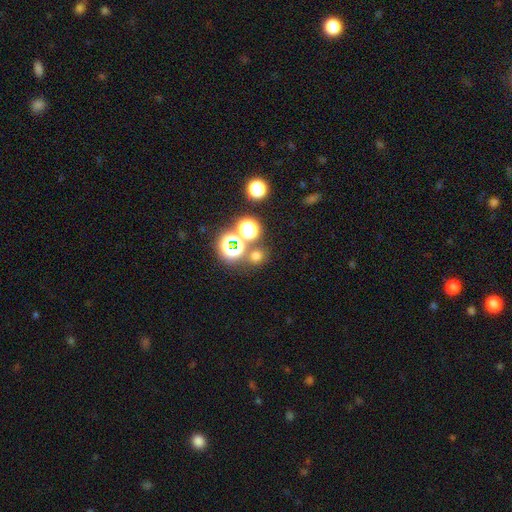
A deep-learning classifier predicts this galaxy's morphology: A smooth galaxy with no disk features (58%) that is round (83%). Merging: none (72%).